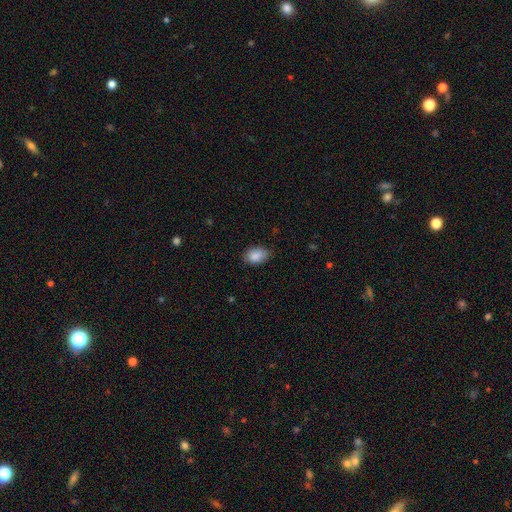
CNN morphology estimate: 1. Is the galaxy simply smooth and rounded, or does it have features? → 88% smooth, 7% star or artifact, 5% featured or disk.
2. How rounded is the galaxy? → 80% in between, 19% round, 1% cigar-shaped.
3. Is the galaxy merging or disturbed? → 75% none, 21% minor disturbance, 3% major disturbance, 1% merger.